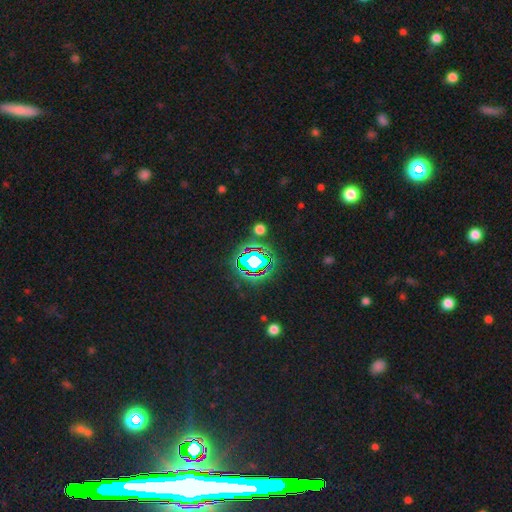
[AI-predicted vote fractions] This appears to be a star or artifact, not a galaxy (69%).